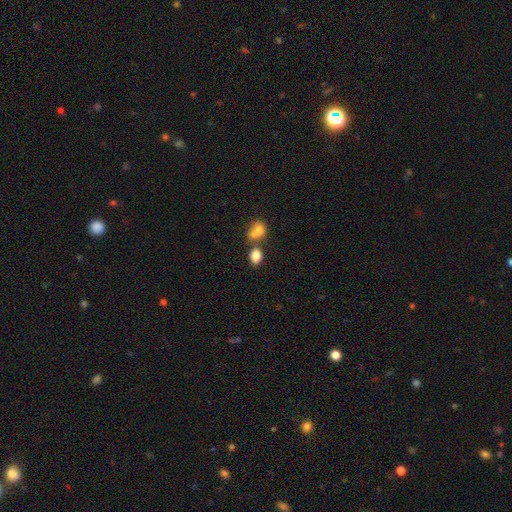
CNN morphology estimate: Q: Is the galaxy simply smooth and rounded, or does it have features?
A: smooth — 82%.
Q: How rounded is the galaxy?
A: in between — 65%.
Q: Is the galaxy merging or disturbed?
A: none — 51%.